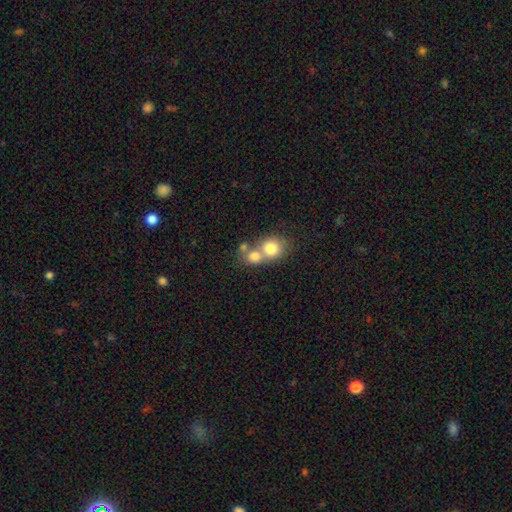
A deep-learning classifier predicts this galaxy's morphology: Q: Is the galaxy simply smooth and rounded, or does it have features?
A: smooth — 75%.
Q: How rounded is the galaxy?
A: round — 79%.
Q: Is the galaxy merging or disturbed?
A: merger — 56%.